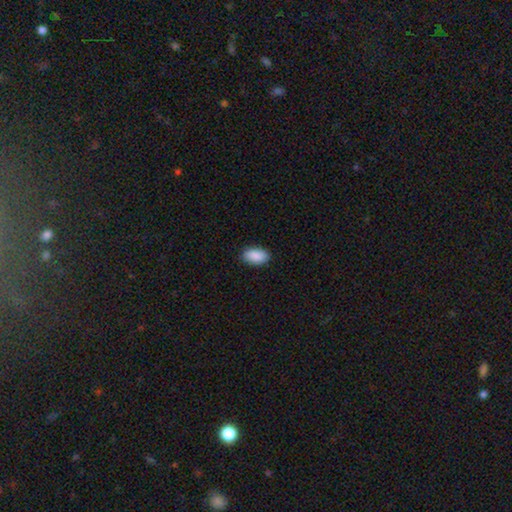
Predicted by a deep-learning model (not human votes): This appears to be a smooth galaxy with no disk features (90%) that is in between round and cigar-shaped (94%). Merging: none (88%).